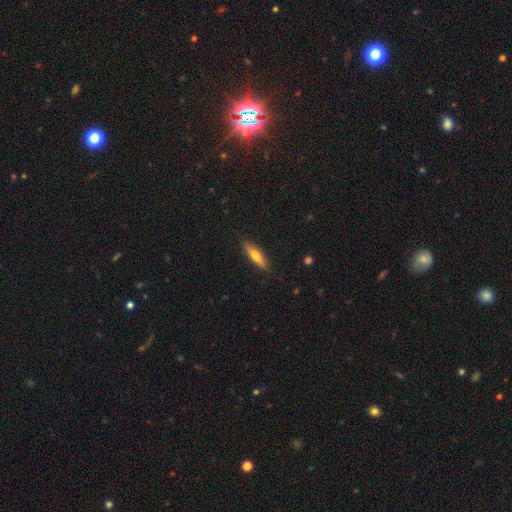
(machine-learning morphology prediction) This is possibly a smooth galaxy (53%). How rounded: likely cigar-shaped (79%). Merging: clearly none (89%).